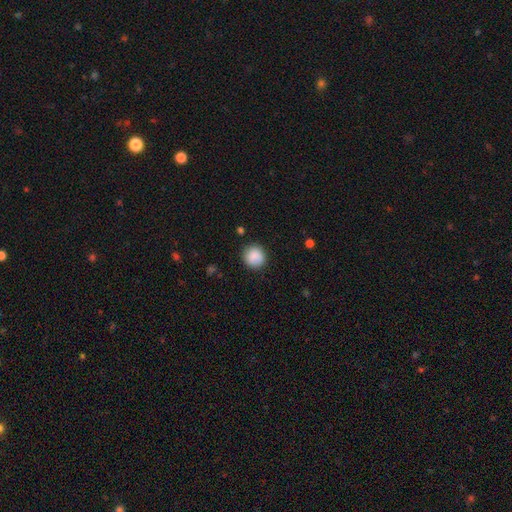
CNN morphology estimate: The model was most divided on "merging": none: 86%, minor disturbance: 10%, major disturbance: 3%, merger: 1%. More confident: how rounded — round (91%); smooth or featured — smooth (88%).